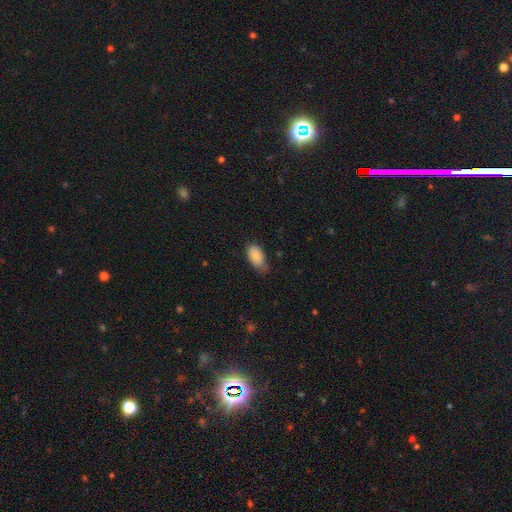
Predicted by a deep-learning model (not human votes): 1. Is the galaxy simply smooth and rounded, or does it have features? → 82% smooth, 11% featured or disk, 7% star or artifact.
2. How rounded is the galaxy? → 93% in between, 5% round, 2% cigar-shaped.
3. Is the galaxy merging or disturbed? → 52% none, 39% minor disturbance, 8% major disturbance, 2% merger.